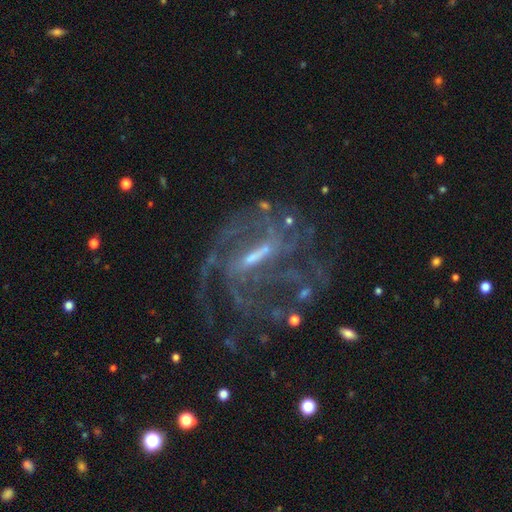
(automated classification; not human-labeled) This appears to be a featured or disk galaxy (88%) with a strong bar (49%), medium (44%) spiral arms (94%) and a small central bulge (53%). Merging: none (57%).